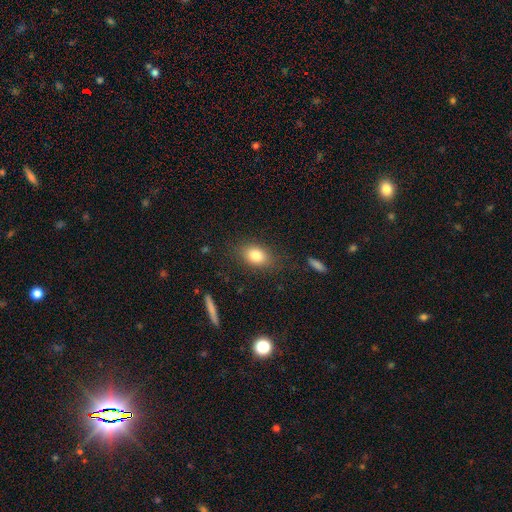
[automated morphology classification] Smooth or featured: smooth — 80% (featured or disk — 10%)
How rounded: in between — 78% (round — 19%)
Merging: none — 82% (minor disturbance — 12%)